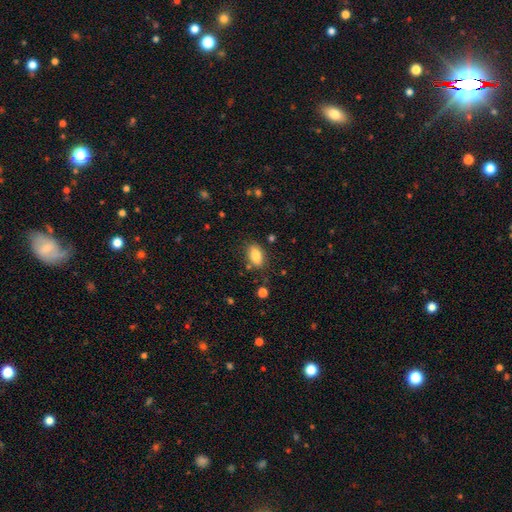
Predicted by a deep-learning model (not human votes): Overall: smooth (85%). How rounded: in between (90%). Merging: none (81%).